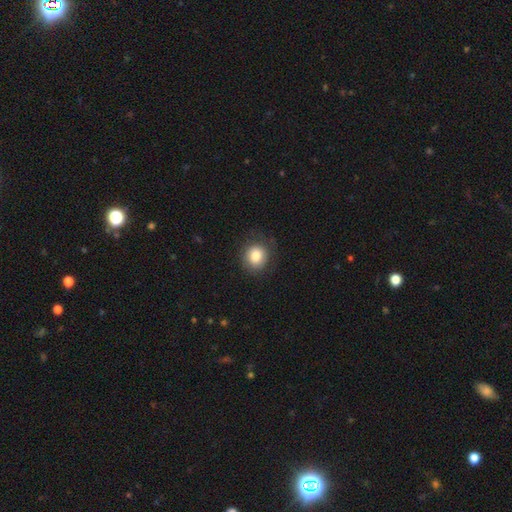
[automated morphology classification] type=smooth (84%); roundness=round (77%); merging=none (79%).